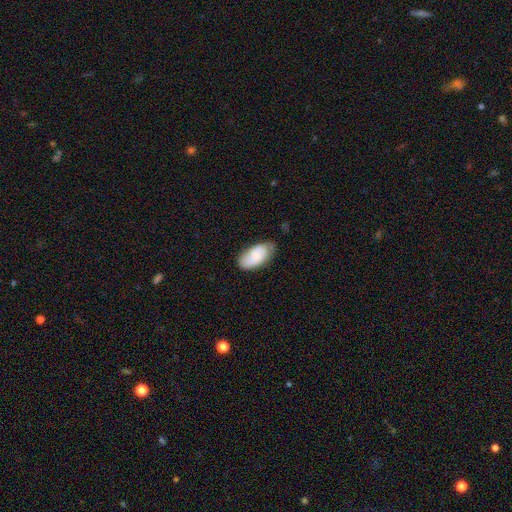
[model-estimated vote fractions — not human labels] Smooth or featured?
  - smooth: 78% *
  - featured or disk: 16%
  - star or artifact: 6%
How rounded?
  - in between: 94% *
  - cigar-shaped: 3%
  - round: 3%
Merging?
  - none: 66% *
  - minor disturbance: 27%
  - major disturbance: 5%
  - merger: 2%